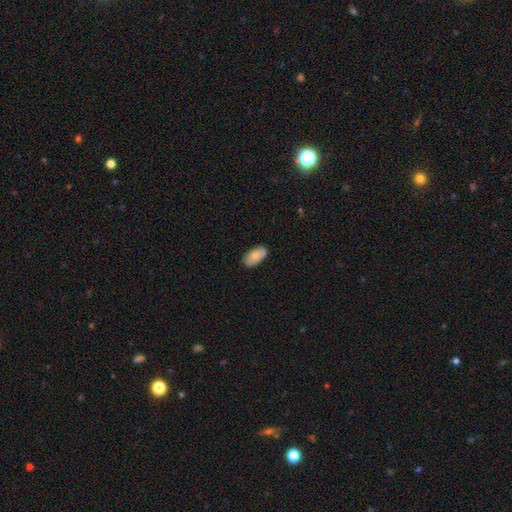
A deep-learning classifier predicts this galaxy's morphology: smooth 77%, featured or disk 17%, star or artifact 6%. Down the decision tree: how rounded — in between (95%); merging — none (84%).